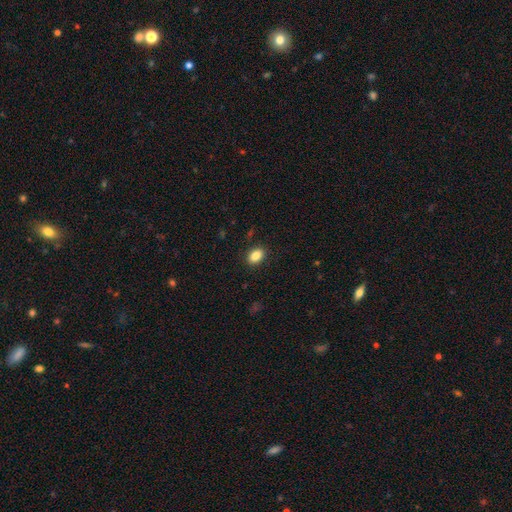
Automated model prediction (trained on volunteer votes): Smooth or featured: smooth — 87% (star or artifact — 9%)
How rounded: in between — 82% (round — 17%)
Merging: none — 88% (minor disturbance — 8%)